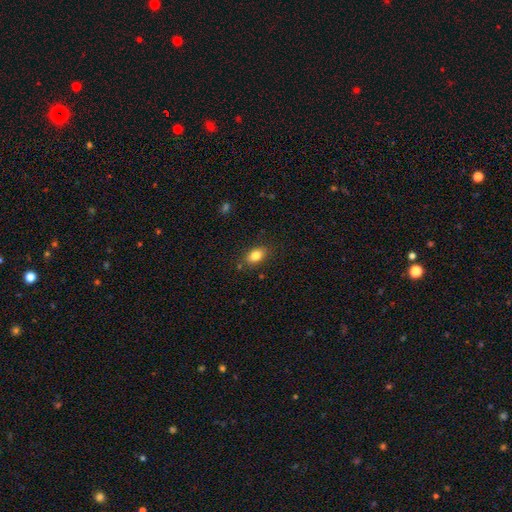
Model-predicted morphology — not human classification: Q: Smooth or featured?
A: smooth (81%); runner-up: featured or disk (10%)
Q: How rounded?
A: in between (84%); runner-up: round (13%)
Q: Merging?
A: none (84%); runner-up: minor disturbance (12%)